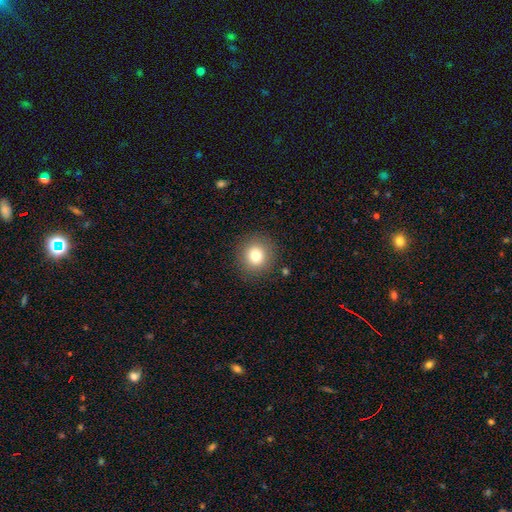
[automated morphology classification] The model was most divided on "smooth or featured": smooth: 78%, star or artifact: 12%, featured or disk: 10%. More confident: how rounded — round (92%); merging — none (89%).